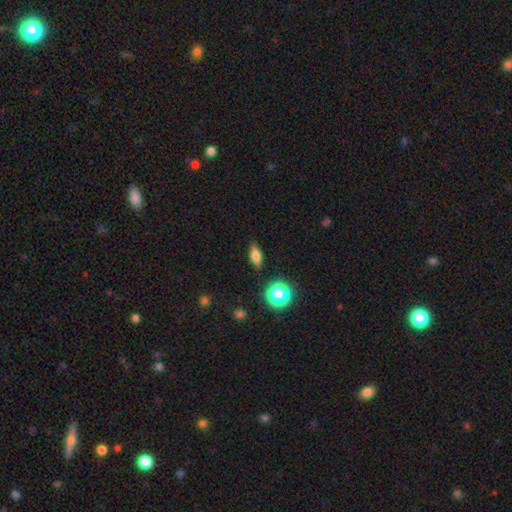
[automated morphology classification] Smooth or featured? smooth (71%)
How rounded? in between (64%)
Merging? none (85%)